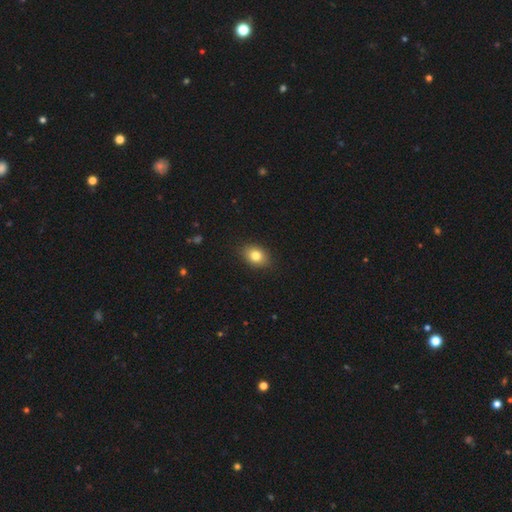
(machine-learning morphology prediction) Q: Smooth or featured?
A: smooth (81%); runner-up: star or artifact (10%)
Q: How rounded?
A: in between (68%); runner-up: round (30%)
Q: Merging?
A: none (87%); runner-up: minor disturbance (10%)